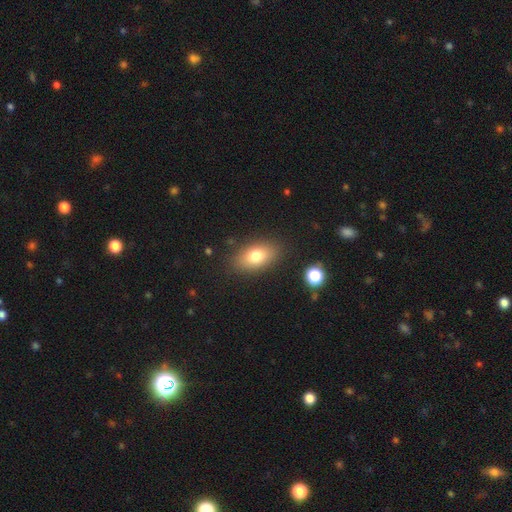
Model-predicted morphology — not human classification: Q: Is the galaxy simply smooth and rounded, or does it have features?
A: smooth — 76%.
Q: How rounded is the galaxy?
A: in between — 87%.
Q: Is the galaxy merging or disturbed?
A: none — 85%.